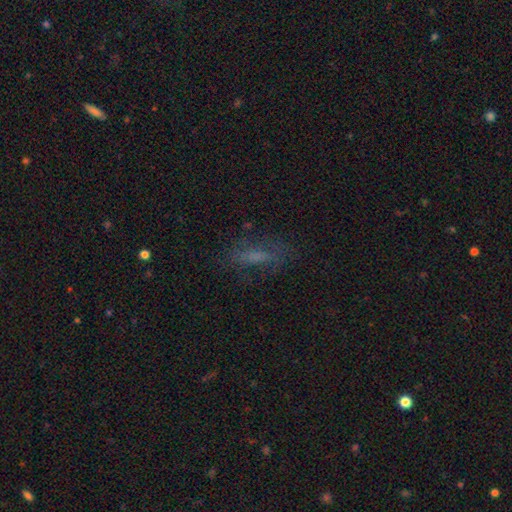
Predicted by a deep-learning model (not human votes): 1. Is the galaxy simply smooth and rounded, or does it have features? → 47% smooth, 32% featured or disk, 21% star or artifact.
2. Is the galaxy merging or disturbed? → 69% none, 18% minor disturbance, 11% major disturbance, 2% merger.